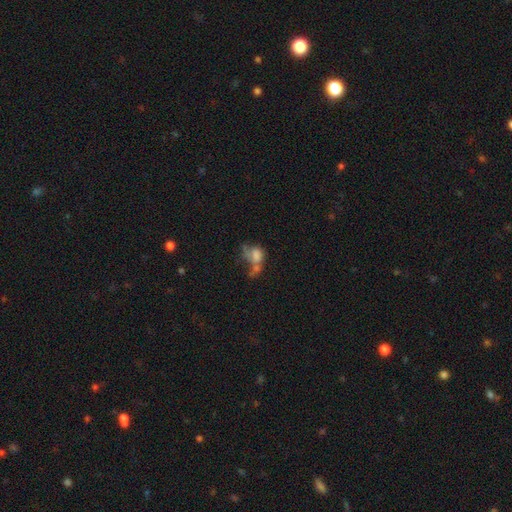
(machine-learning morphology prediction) smooth_or_featured: smooth (p=0.51) [alt: featured or disk p=0.33]
how_rounded: in between (p=0.67) [alt: round p=0.31]
merging: merger (p=0.38) [alt: major disturbance p=0.31]